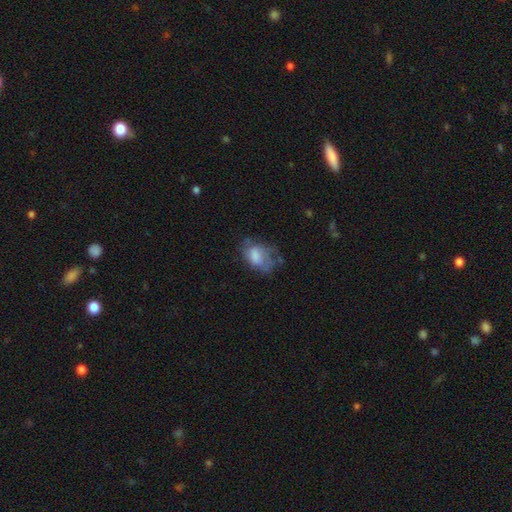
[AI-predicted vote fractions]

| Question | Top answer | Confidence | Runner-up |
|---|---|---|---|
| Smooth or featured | smooth | 59% | featured or disk (32%) |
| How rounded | in between | 84% | round (14%) |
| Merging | major disturbance | 35% | none (32%) |